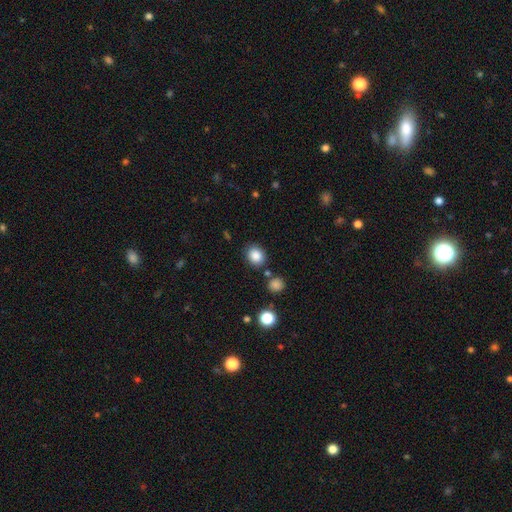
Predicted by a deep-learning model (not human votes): This appears to be a smooth galaxy with no disk features (86%) that is round (63%). Merging: none (81%).